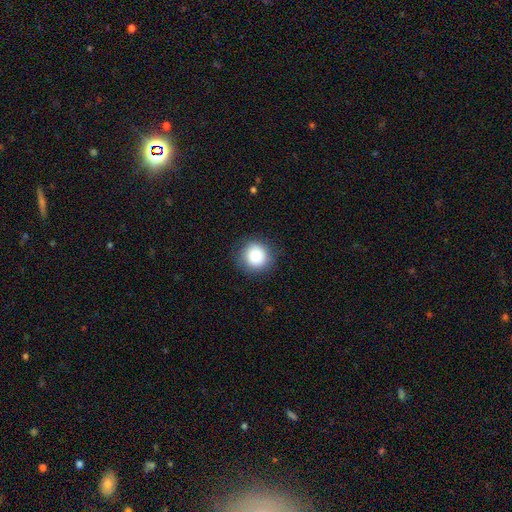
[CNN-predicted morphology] This is clearly a smooth galaxy (86%). How rounded: clearly round (92%). Merging: clearly none (87%).